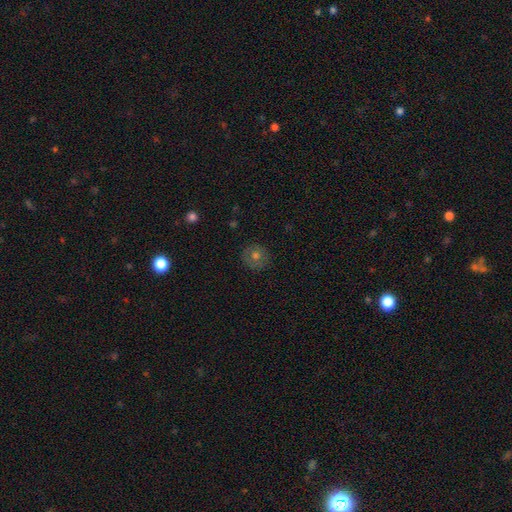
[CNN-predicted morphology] smooth_or_featured: smooth (p=0.60) [alt: featured or disk p=0.26]
how_rounded: round (p=0.90) [alt: in between p=0.10]
merging: none (p=0.85) [alt: minor disturbance p=0.11]